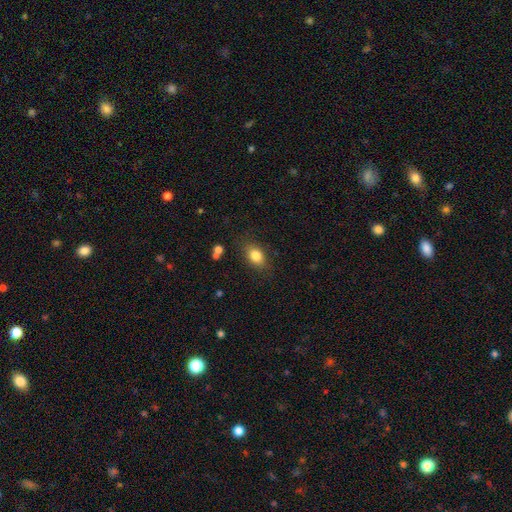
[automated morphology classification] smooth 83%, star or artifact 9%, featured or disk 8%. Down the decision tree: how rounded — in between (74%); merging — none (81%).